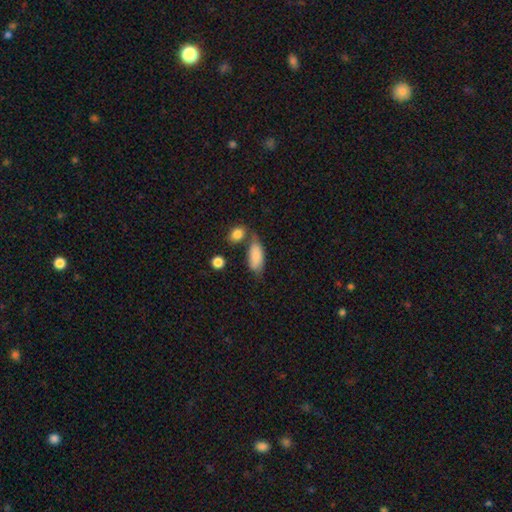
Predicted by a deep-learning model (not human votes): Overall: smooth (85%). How rounded: in between (85%). Merging: none (53%; minor disturbance 23%).